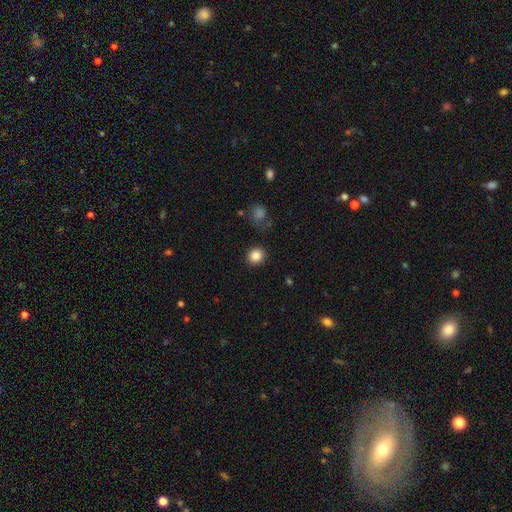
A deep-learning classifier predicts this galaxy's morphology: This appears to be a smooth galaxy with no disk features (86%) that is round (88%). Merging: none (88%).